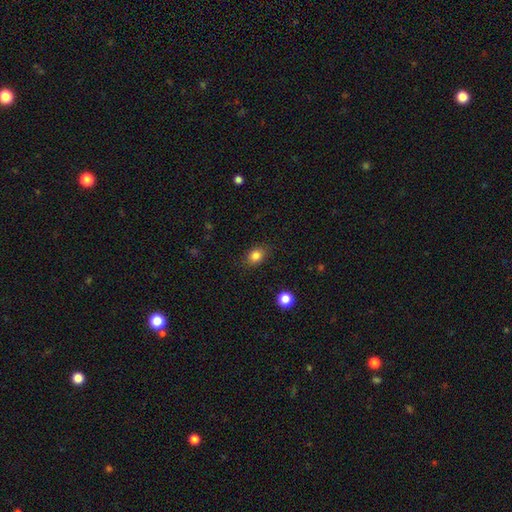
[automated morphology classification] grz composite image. It shows a smooth galaxy with no disk features (83%) that is in between round and cigar-shaped (58%). Merging: none (84%).